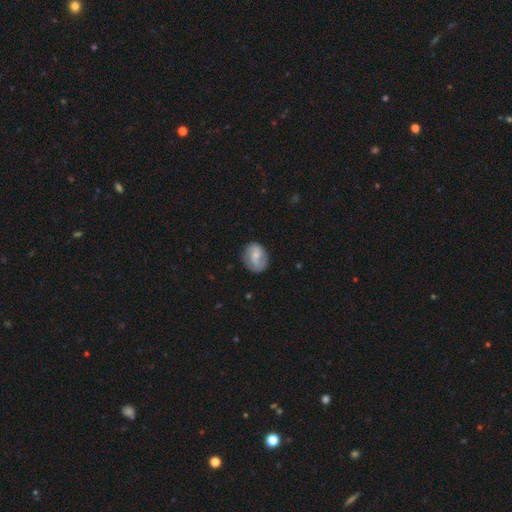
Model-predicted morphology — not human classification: featured or disk 59%, smooth 35%, star or artifact 6%. Down the decision tree: edge-on disk — no (97%); bar — weak (46%); spiral arms — yes (87%); bulge size — small (50%); merging — none (76%).